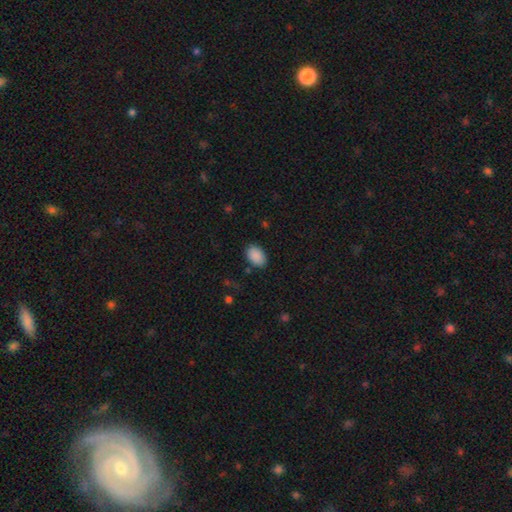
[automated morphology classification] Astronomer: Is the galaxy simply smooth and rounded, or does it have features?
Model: smooth — 89%.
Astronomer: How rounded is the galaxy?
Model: in between — 86%.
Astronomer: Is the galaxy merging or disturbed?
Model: none — 85%.